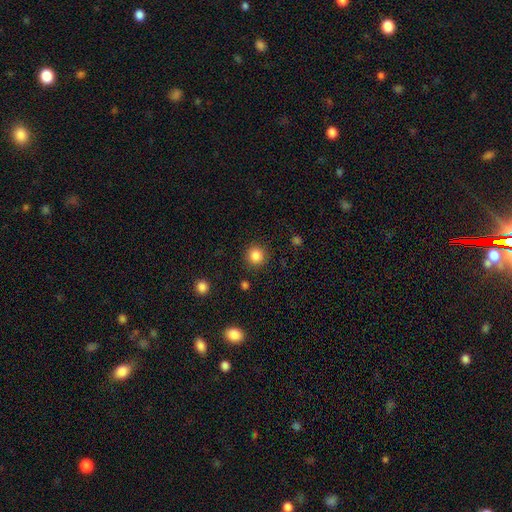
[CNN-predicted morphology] Overall: smooth (86%). How rounded: round (93%). Merging: none (90%).